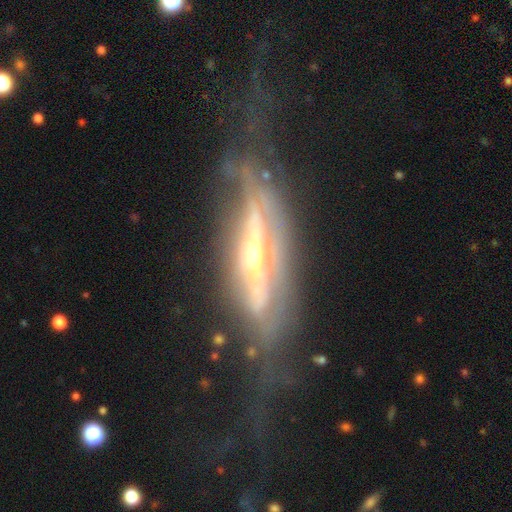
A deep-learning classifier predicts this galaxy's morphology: smooth_or_featured: featured or disk (p=0.83) [alt: smooth p=0.12]
disk_edge_on: yes (p=0.66) [alt: no p=0.34]
edge_on_bulge: rounded (p=0.84) [alt: none p=0.10]
merging: none (p=0.40) [alt: major disturbance p=0.34]